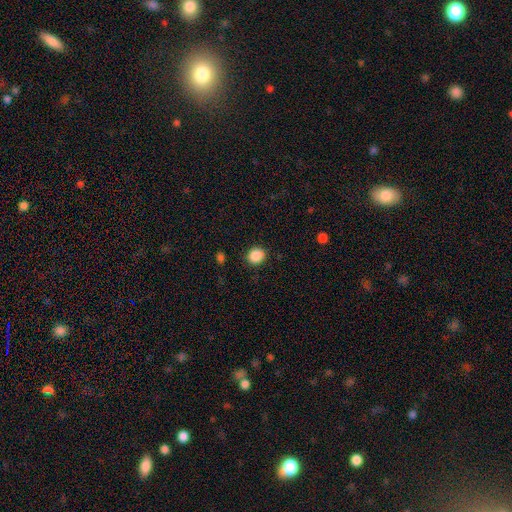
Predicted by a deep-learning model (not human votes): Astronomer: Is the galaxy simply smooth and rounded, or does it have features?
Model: smooth — 88%.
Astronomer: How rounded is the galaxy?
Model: round — 79%.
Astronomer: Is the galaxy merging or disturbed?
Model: none — 89%.